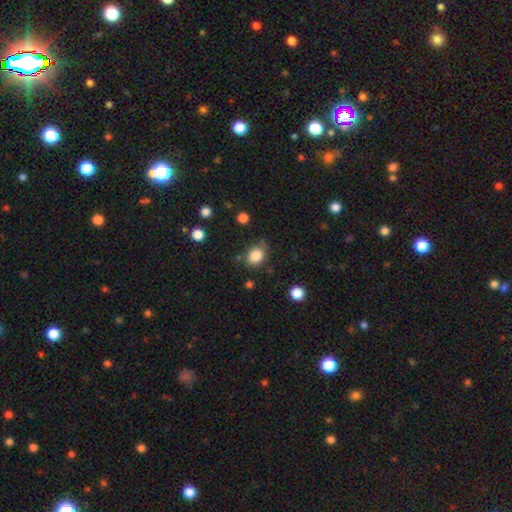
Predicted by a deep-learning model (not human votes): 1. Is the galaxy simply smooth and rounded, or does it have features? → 85% smooth, 10% star or artifact, 5% featured or disk.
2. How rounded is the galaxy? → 52% in between, 47% round, 1% cigar-shaped.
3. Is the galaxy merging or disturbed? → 72% none, 18% minor disturbance, 5% major disturbance, 5% merger.